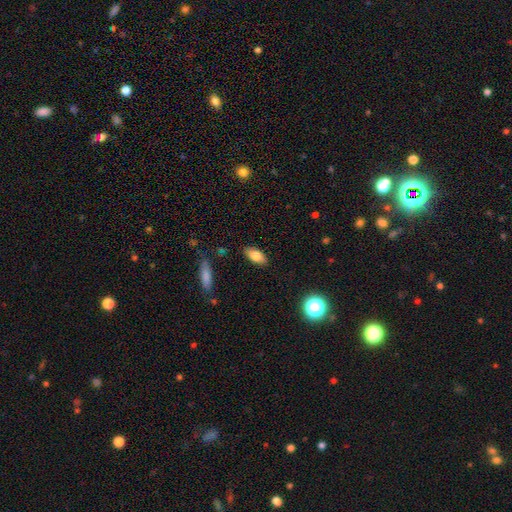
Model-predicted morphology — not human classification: This appears to be a smooth galaxy with no disk features (79%) that is in between round and cigar-shaped (86%). Merging: none (86%).